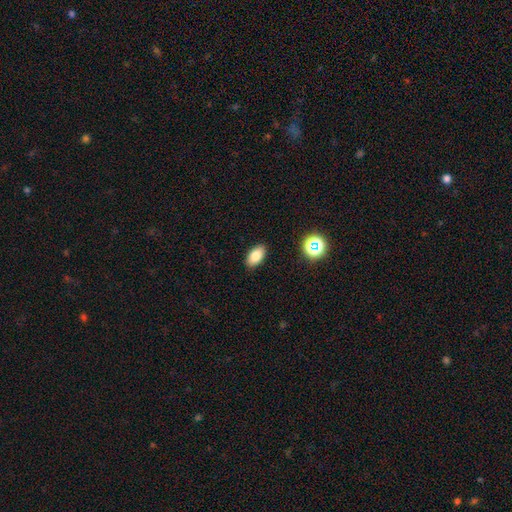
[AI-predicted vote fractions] Morphology: type=smooth (81%); roundness=in between (93%); merging=none (88%).